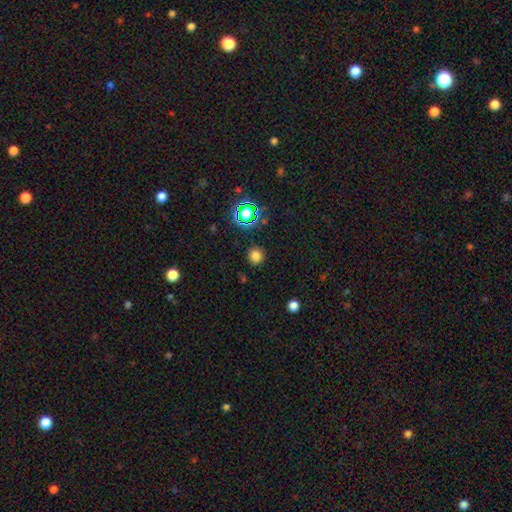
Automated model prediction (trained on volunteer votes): Smooth or featured?
  - smooth: 75% *
  - star or artifact: 20%
  - featured or disk: 5%
How rounded?
  - round: 91% *
  - in between: 8%
  - cigar-shaped: 1%
Merging?
  - none: 88% *
  - minor disturbance: 7%
  - major disturbance: 3%
  - merger: 2%